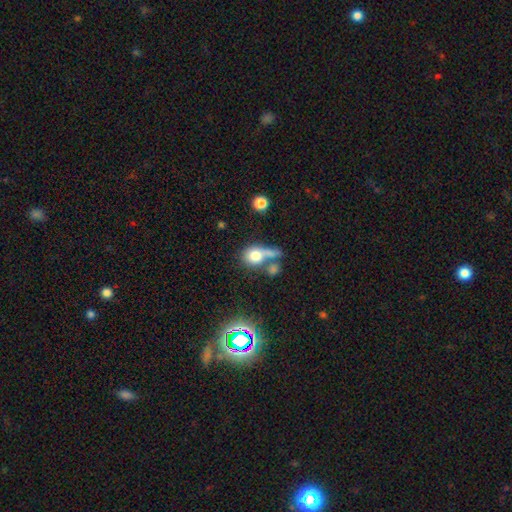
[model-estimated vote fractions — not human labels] Smooth or featured?
  - smooth: 72% *
  - featured or disk: 17%
  - star or artifact: 11%
How rounded?
  - round: 60% *
  - in between: 35%
  - cigar-shaped: 4%
Merging?
  - merger: 41% *
  - none: 29%
  - major disturbance: 17%
  - minor disturbance: 13%